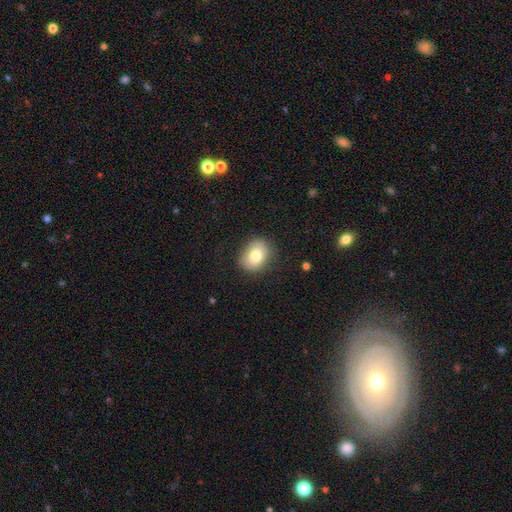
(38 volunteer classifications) A smooth galaxy with no disk features (79%) that is in between round and cigar-shaped (53%).

Vote fractions:
- Smooth or featured? smooth: 79% / featured or disk: 13% / star or artifact: 8%
- How rounded? in between: 53% / round: 47% / cigar-shaped: 0%
- Merging? none: 86% / minor disturbance: 9% / major disturbance: 3% / merger: 3%